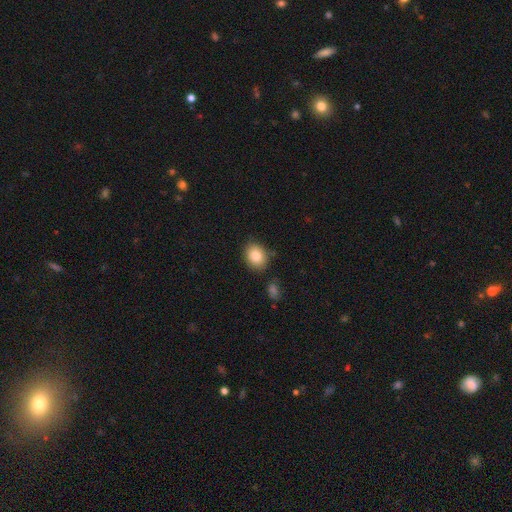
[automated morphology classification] A smooth galaxy with no disk features (85%) that is in between round and cigar-shaped (52%). Merging: none (81%).